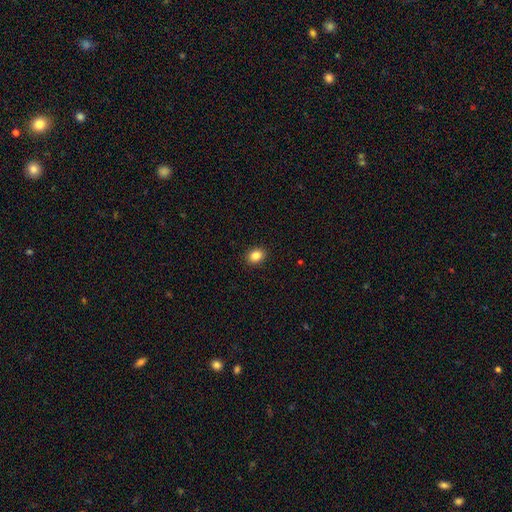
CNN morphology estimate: The model was most divided on "how rounded": in between: 50%, round: 49%, cigar-shaped: 1%. More confident: merging — none (91%); smooth or featured — smooth (86%).